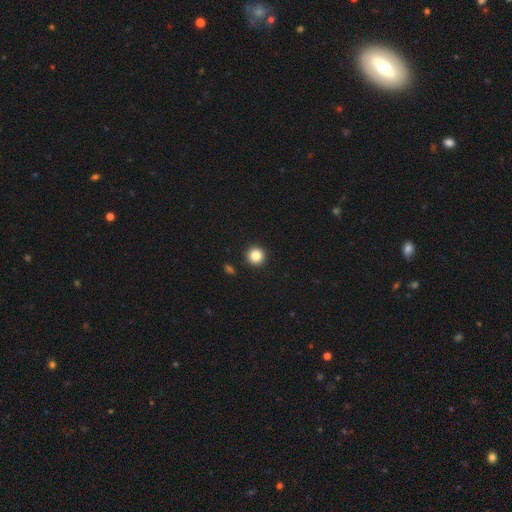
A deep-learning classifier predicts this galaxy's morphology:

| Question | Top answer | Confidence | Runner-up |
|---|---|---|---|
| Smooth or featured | smooth | 85% | star or artifact (10%) |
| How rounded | round | 96% | in between (3%) |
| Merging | none | 93% | minor disturbance (4%) |